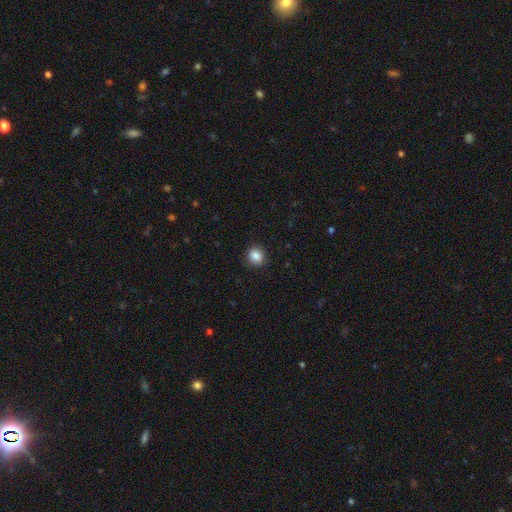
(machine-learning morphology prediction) Smooth or featured? smooth (87%)
How rounded? round (81%)
Merging? none (90%)